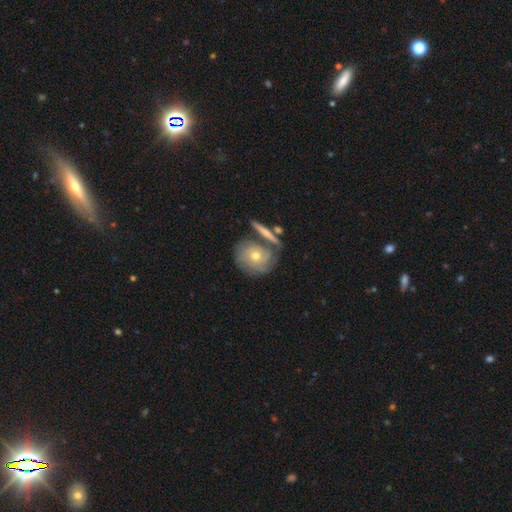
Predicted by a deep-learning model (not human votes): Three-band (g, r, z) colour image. It shows a featured or disk galaxy (54%). Merging: none (68%).